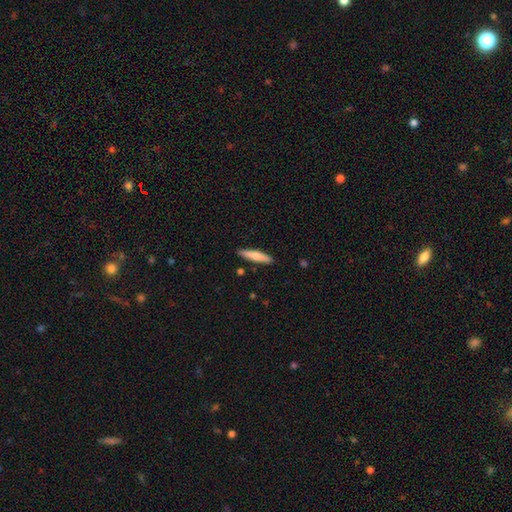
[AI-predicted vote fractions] Smooth or featured: smooth — 73% (featured or disk — 22%)
How rounded: cigar-shaped — 86% (in between — 13%)
Merging: none — 88% (minor disturbance — 8%)